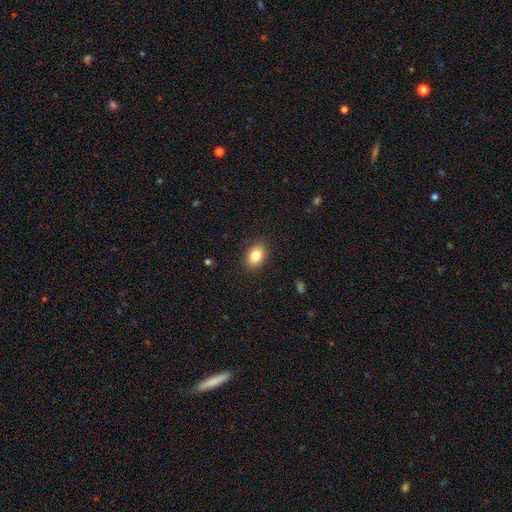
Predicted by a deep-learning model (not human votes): Smooth or featured?
  - smooth: 83% *
  - featured or disk: 8%
  - star or artifact: 8%
How rounded?
  - in between: 82% *
  - round: 17%
  - cigar-shaped: 1%
Merging?
  - none: 88% *
  - minor disturbance: 9%
  - major disturbance: 2%
  - merger: 1%